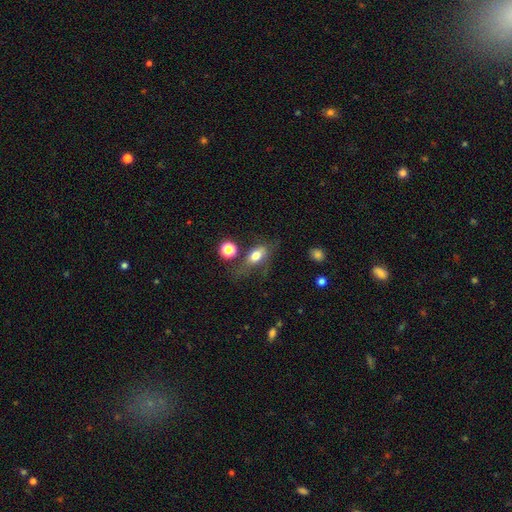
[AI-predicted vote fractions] This appears to be a smooth galaxy with no disk features (73%) that is in between round and cigar-shaped (80%). Merging: none (45%).